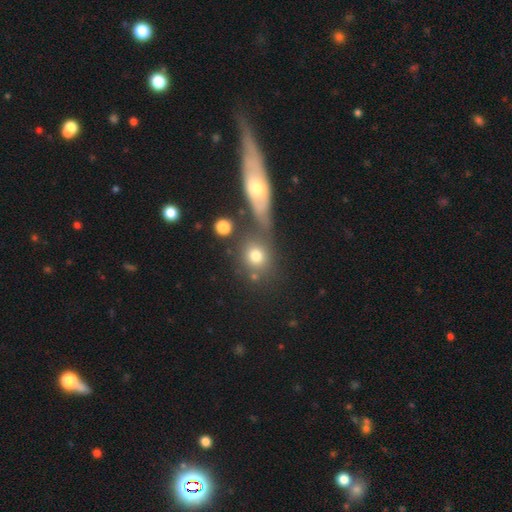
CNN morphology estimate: Smooth or featured? smooth (73%)
How rounded? round (72%)
Merging? none (50%)